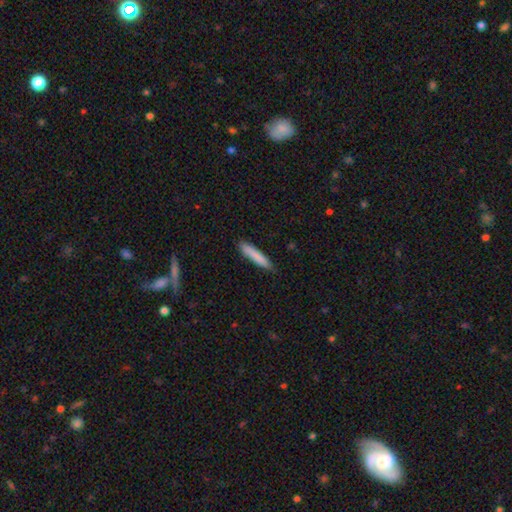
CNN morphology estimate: smooth 83%, featured or disk 11%, star or artifact 6%. Down the decision tree: how rounded — cigar-shaped (90%); merging — none (86%).